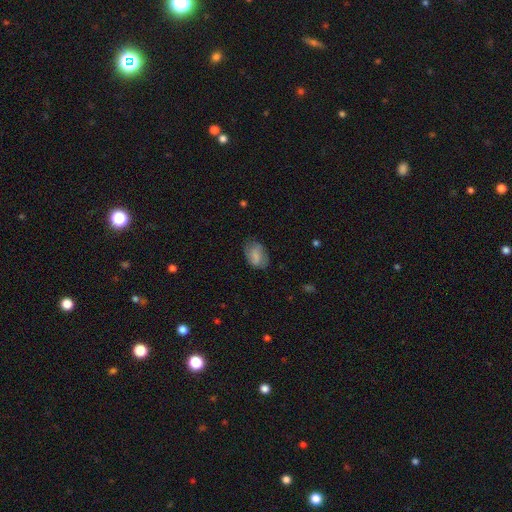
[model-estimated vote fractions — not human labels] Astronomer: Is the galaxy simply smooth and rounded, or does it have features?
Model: smooth — 69%.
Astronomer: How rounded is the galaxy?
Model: in between — 86%.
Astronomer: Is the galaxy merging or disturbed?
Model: none — 70%.